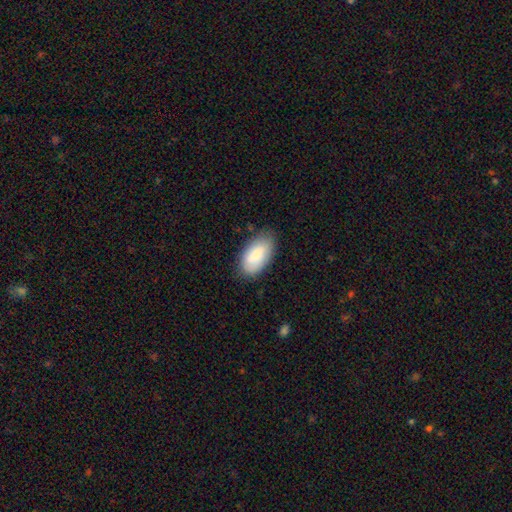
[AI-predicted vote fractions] Smooth or featured? Predicted: smooth (p=0.84). How rounded? Predicted: in between (p=0.95). Merging? Predicted: none (p=0.79).